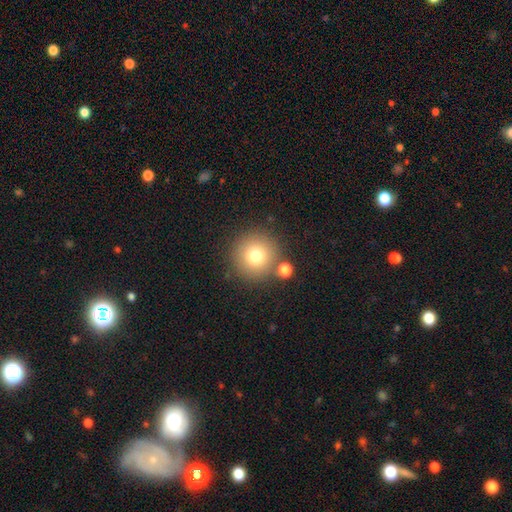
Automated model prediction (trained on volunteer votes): The model was most divided on "smooth or featured": smooth: 77%, star or artifact: 12%, featured or disk: 11%. More confident: how rounded — round (95%); merging — none (79%).